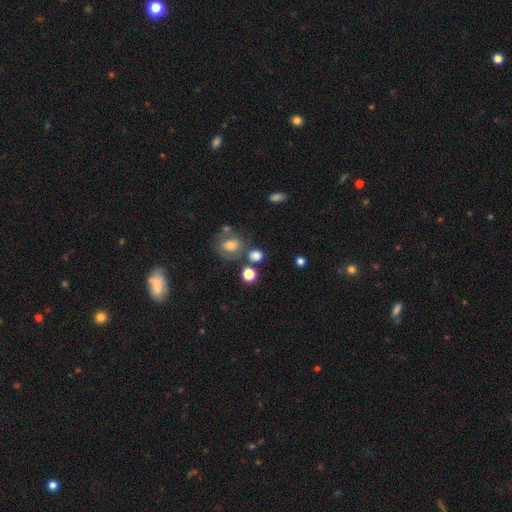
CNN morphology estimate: Smooth or featured? Predicted: smooth (p=0.76). How rounded? Predicted: round (p=0.78). Merging? Predicted: none (p=0.65).